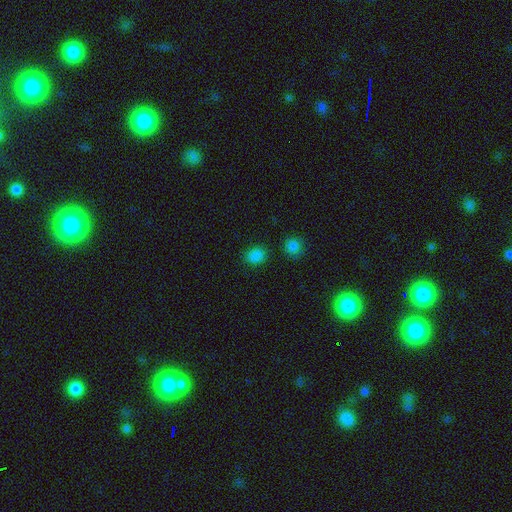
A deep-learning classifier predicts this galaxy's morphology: type=smooth (82%); roundness=round (55%); merging=none (84%).